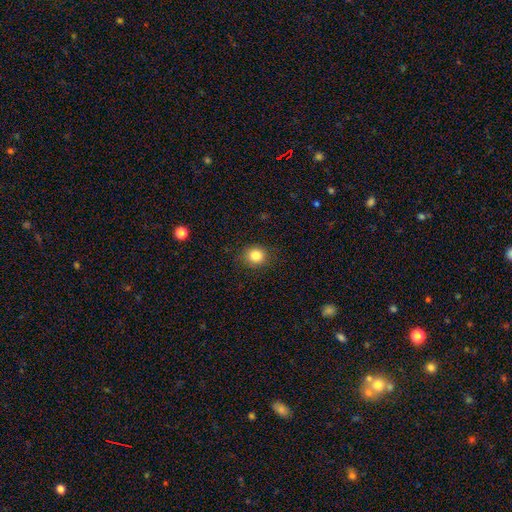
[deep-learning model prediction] Q: Smooth or featured?
A: smooth (84%); runner-up: star or artifact (11%)
Q: How rounded?
A: round (83%); runner-up: in between (17%)
Q: Merging?
A: none (88%); runner-up: minor disturbance (8%)